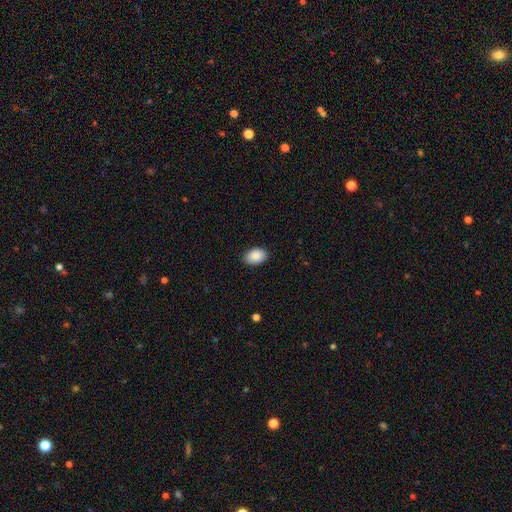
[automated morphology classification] Q: Smooth or featured?
A: smooth (89%); runner-up: star or artifact (7%)
Q: How rounded?
A: in between (87%); runner-up: round (12%)
Q: Merging?
A: none (89%); runner-up: minor disturbance (9%)